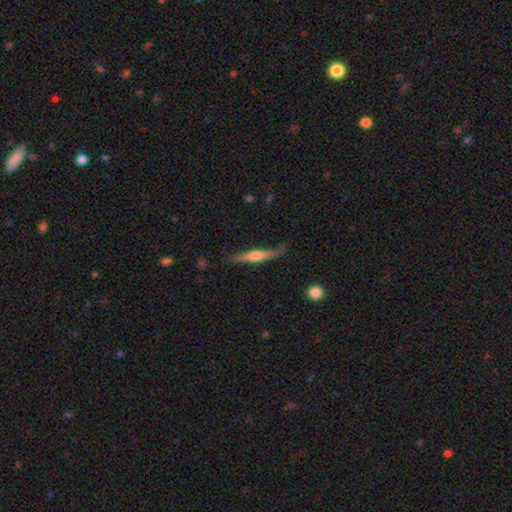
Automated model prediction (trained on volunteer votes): A featured or disk galaxy (62%) viewed edge-on (95%) with a rounded central bulge (78%). Merging: none (71%).